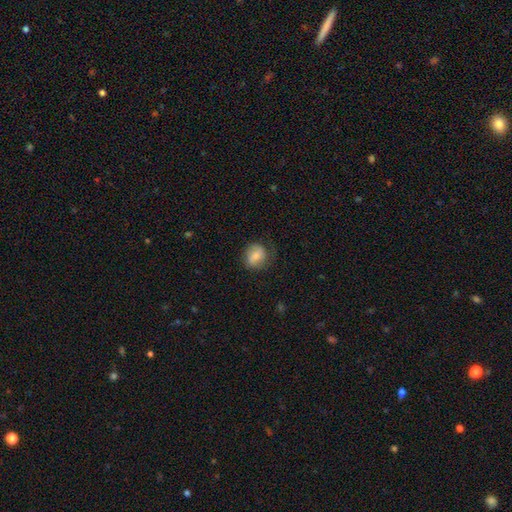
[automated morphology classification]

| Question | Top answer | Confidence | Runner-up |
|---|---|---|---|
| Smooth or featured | smooth | 65% | featured or disk (27%) |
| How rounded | round | 69% | in between (30%) |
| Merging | none | 66% | minor disturbance (23%) |